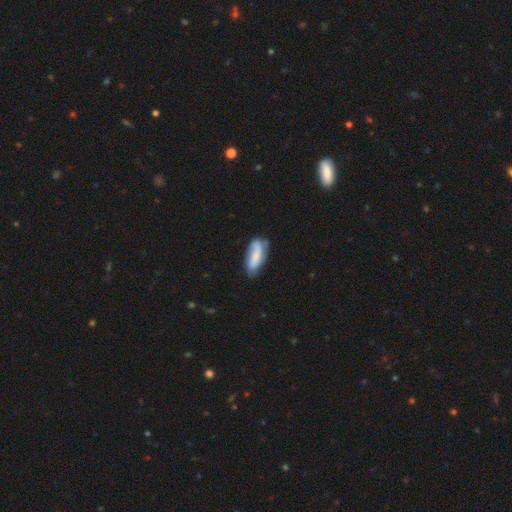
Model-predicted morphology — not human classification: smooth 57%, featured or disk 36%, star or artifact 7%. Down the decision tree: how rounded — in between (73%); merging — none (56%).